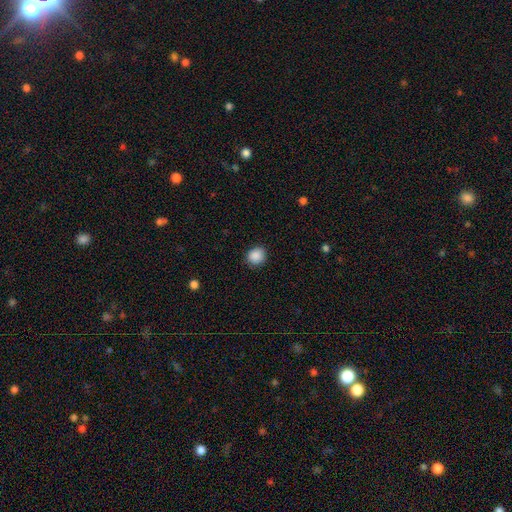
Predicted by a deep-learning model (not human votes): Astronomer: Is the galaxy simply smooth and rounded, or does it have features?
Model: smooth — 88%.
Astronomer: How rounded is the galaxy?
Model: round — 83%.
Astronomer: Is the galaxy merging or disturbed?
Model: none — 88%.